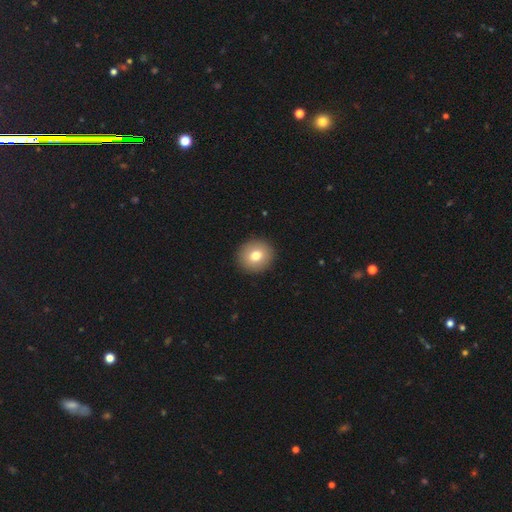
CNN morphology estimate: type=smooth (77%); roundness=round (85%); merging=none (92%).